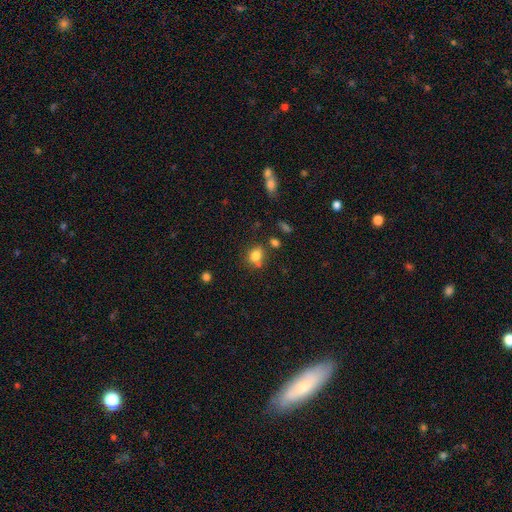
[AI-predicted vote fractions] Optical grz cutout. It shows a smooth galaxy with no disk features (80%) that is round (51%). Merging: none (63%).